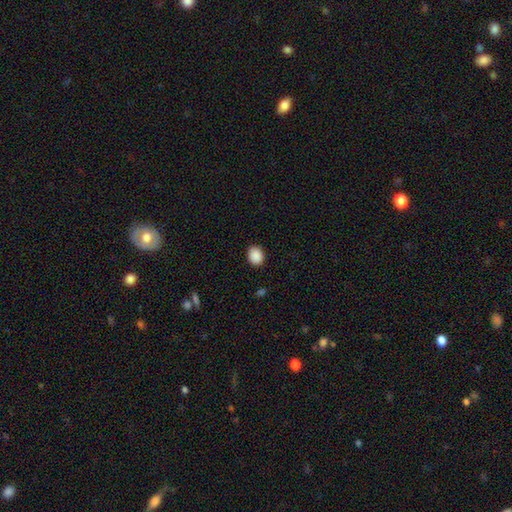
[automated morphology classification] Smooth or featured? Predicted: smooth (p=0.89). How rounded? Predicted: round (p=0.50). Merging? Predicted: none (p=0.89).